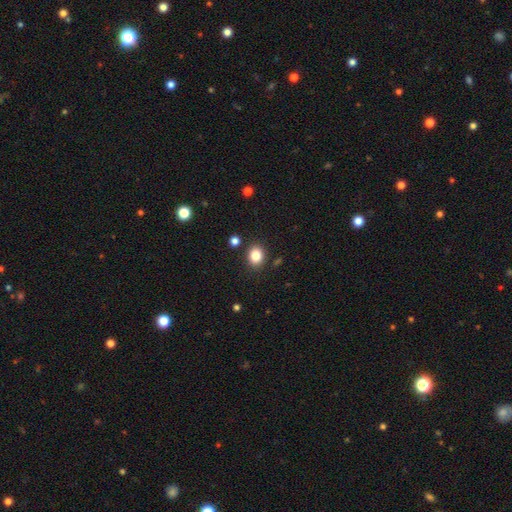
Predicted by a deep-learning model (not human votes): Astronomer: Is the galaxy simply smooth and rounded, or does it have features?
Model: smooth — 84%.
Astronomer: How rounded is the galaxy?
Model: round — 55% (runner-up: in between, 44%).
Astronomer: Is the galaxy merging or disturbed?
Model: none — 86%.